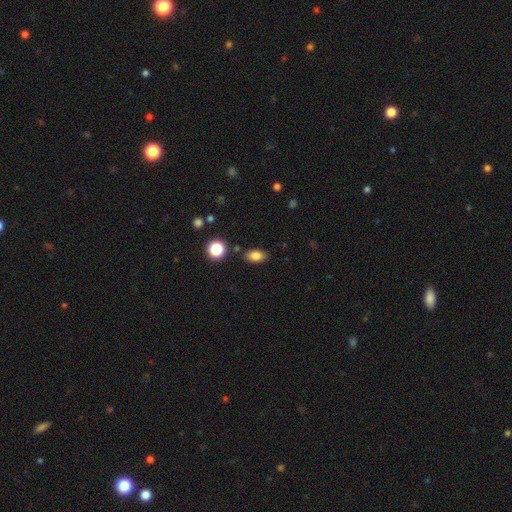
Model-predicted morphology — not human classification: The model was most divided on "smooth or featured": smooth: 83%, star or artifact: 11%, featured or disk: 7%. More confident: how rounded — in between (86%); merging — none (84%).